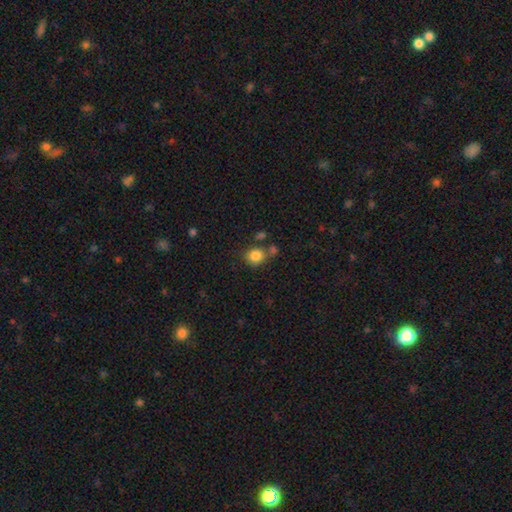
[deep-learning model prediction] This appears to be a smooth galaxy with no disk features (84%) that is round (72%). Merging: none (63%).